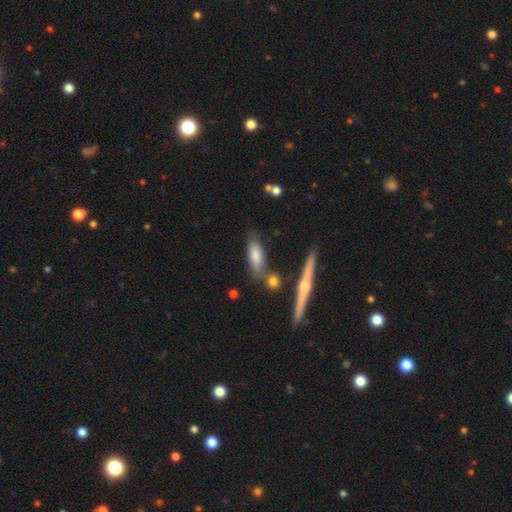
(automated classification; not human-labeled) Smooth or featured? Predicted: smooth (p=0.72). How rounded? Predicted: in between (p=0.63). Merging? Predicted: none (p=0.61).